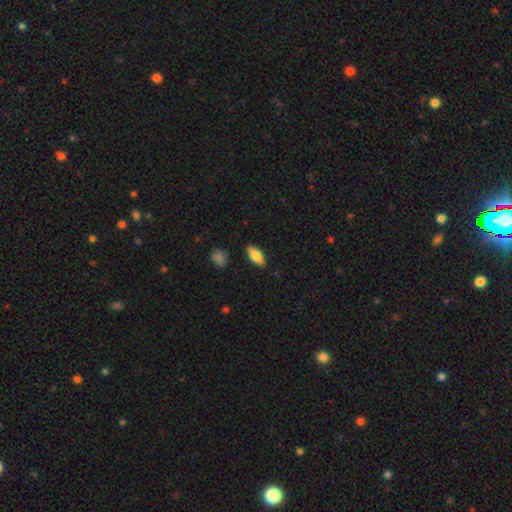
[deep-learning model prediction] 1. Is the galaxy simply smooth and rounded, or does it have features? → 82% smooth, 12% featured or disk, 6% star or artifact.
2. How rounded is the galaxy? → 85% in between, 12% cigar-shaped, 3% round.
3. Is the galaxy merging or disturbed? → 86% none, 10% minor disturbance, 2% major disturbance, 1% merger.